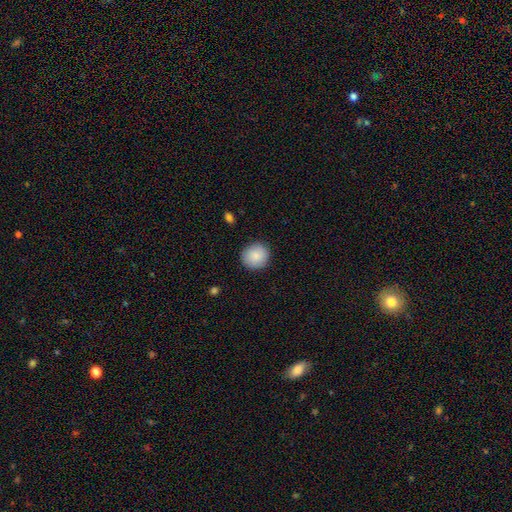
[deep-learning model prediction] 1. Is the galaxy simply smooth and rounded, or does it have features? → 87% smooth, 7% star or artifact, 6% featured or disk.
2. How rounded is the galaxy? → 89% round, 10% in between, 1% cigar-shaped.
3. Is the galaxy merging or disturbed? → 89% none, 8% minor disturbance, 2% major disturbance, 1% merger.